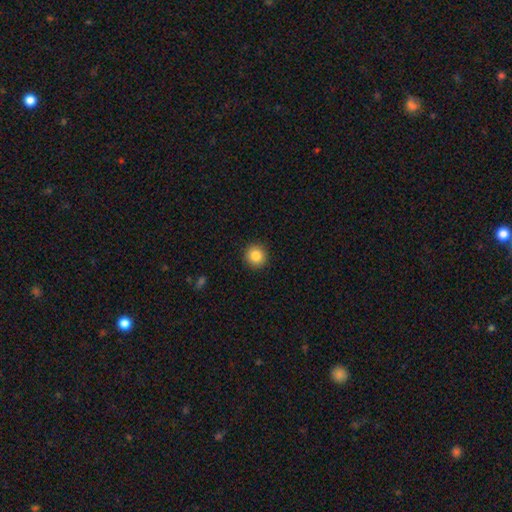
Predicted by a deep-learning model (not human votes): A smooth galaxy with no disk features (86%) that is round (93%). Merging: none (92%).